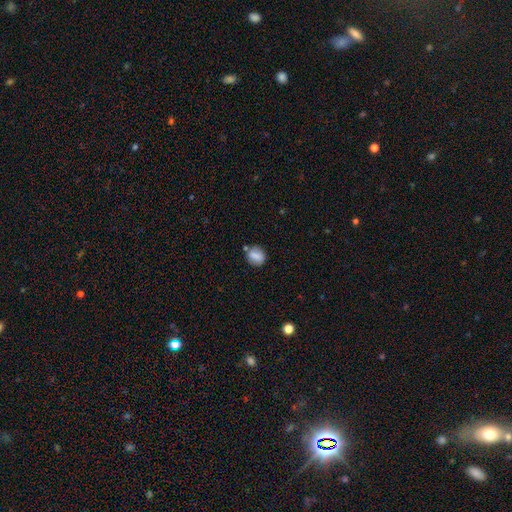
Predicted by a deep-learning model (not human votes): Overall: smooth (75%). How rounded: round (68%; in between 30%). Merging: none (74%).